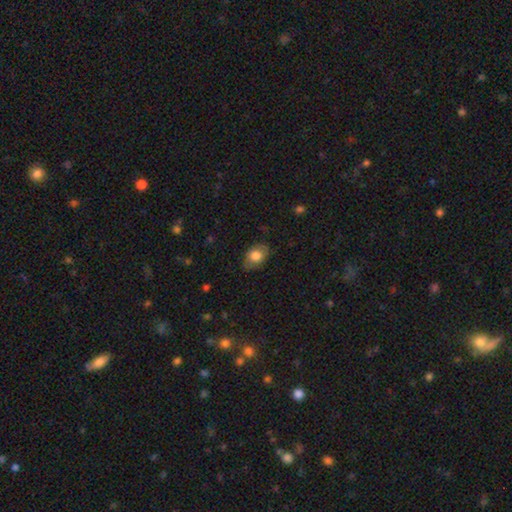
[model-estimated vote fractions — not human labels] Smooth or featured? Predicted: smooth (p=0.77). How rounded? Predicted: in between (p=0.80). Merging? Predicted: none (p=0.77).